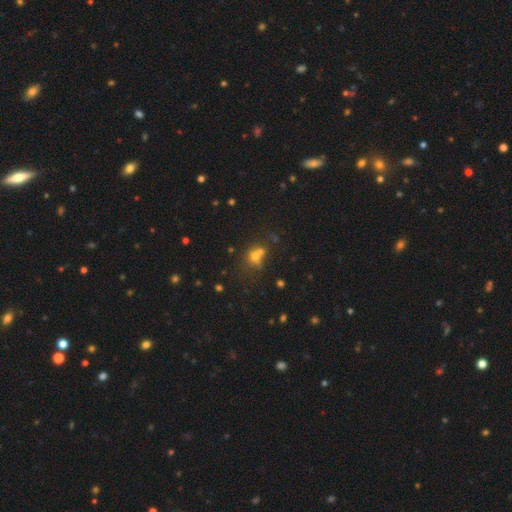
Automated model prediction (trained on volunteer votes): The model was most divided on "merging": merger: 48%, none: 36%, minor disturbance: 9%, major disturbance: 6%. More confident: how rounded — round (71%); smooth or featured — smooth (60%).